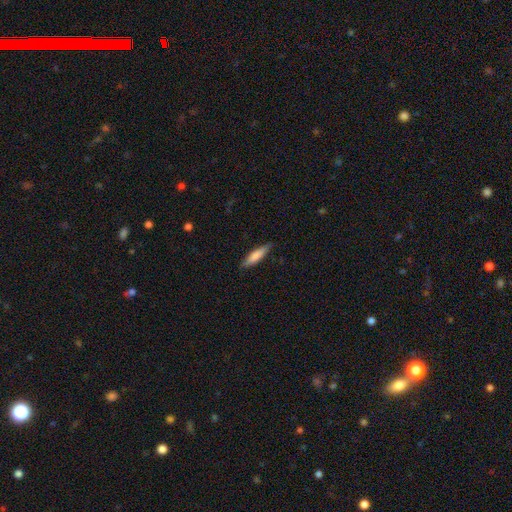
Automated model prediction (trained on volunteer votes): Smooth or featured: smooth — 75% (featured or disk — 19%)
How rounded: cigar-shaped — 76% (in between — 23%)
Merging: none — 85% (minor disturbance — 12%)